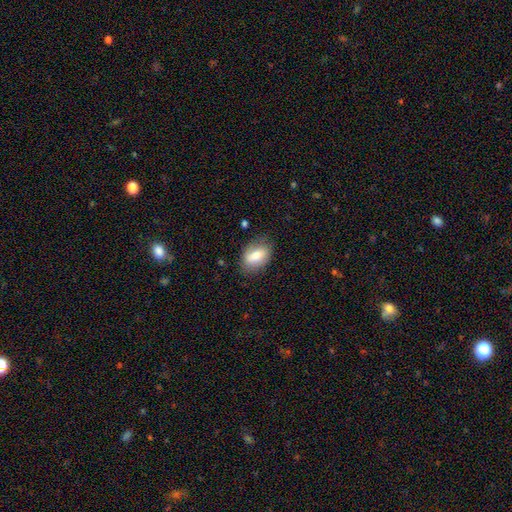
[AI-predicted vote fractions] The model was most divided on "smooth or featured": smooth: 74%, featured or disk: 19%, star or artifact: 7%. More confident: how rounded — in between (86%); merging — none (75%).